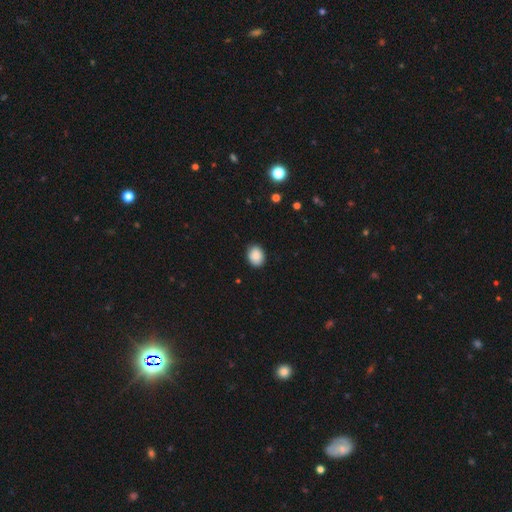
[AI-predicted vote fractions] Overall: smooth (88%). How rounded: in between (56%; round 43%). Merging: none (87%).